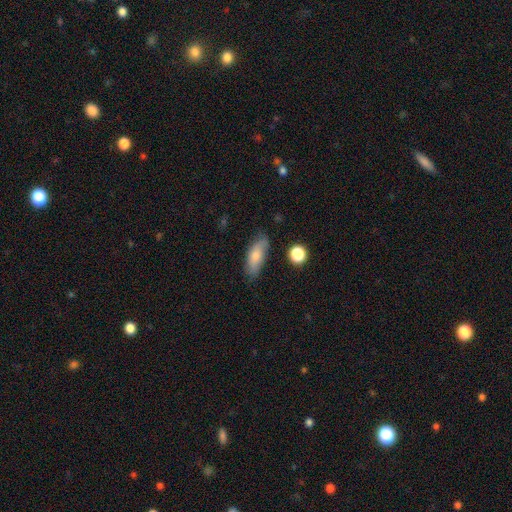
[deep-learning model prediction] The model was most divided on "how rounded": in between: 71%, cigar-shaped: 26%, round: 3%. More confident: smooth or featured — smooth (75%); merging — none (73%).